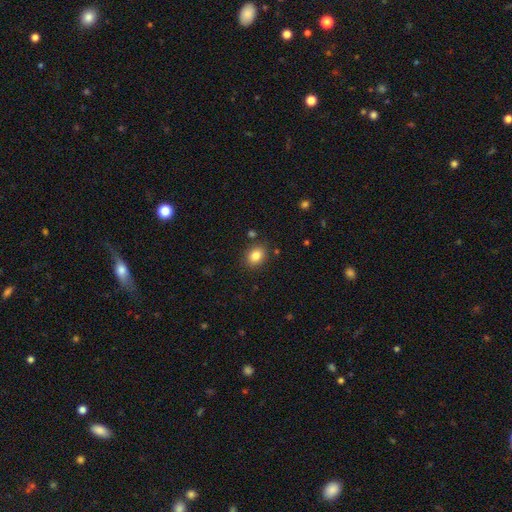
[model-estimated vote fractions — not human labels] Overall: smooth (84%). How rounded: in between (56%; round 43%). Merging: none (86%).